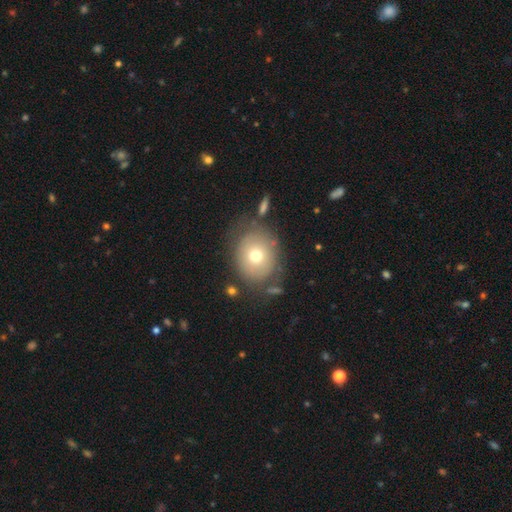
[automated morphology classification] Smooth or featured? smooth (68%)
How rounded? round (65%)
Merging? none (70%)